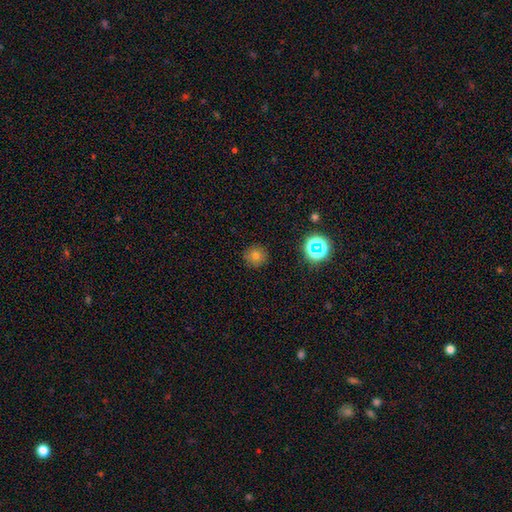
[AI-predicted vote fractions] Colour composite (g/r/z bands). It shows a smooth galaxy with no disk features (72%) that is round (93%). Merging: none (89%).